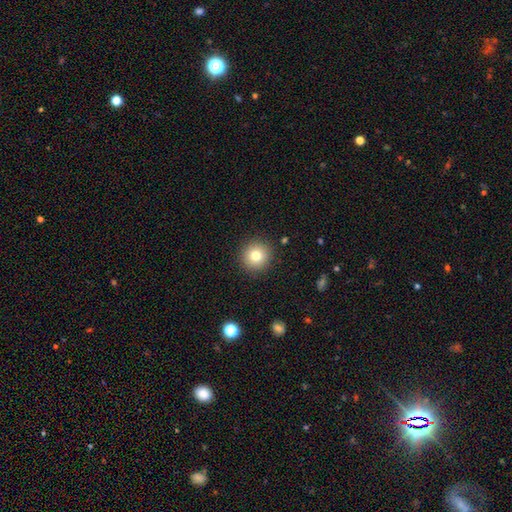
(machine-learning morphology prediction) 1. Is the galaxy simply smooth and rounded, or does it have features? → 79% smooth, 11% star or artifact, 10% featured or disk.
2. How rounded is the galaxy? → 94% round, 5% in between, 1% cigar-shaped.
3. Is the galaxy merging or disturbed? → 91% none, 6% minor disturbance, 2% major disturbance, 1% merger.